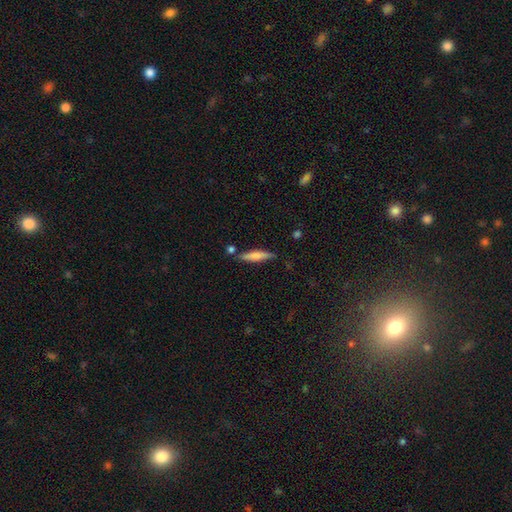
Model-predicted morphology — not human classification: type=smooth (63%); roundness=cigar-shaped (84%); merging=none (78%).